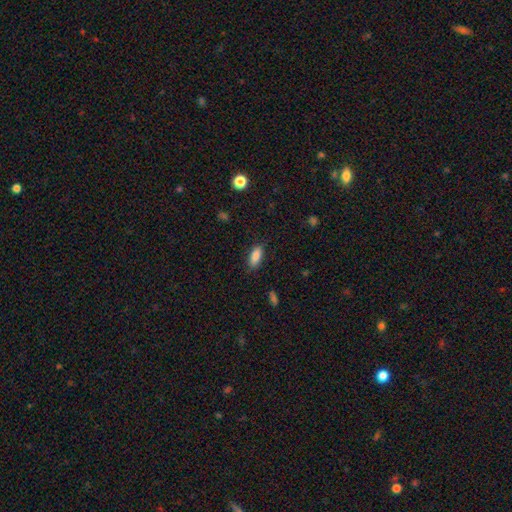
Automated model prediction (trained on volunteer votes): Smooth or featured? Predicted: smooth (p=0.86). How rounded? Predicted: in between (p=0.79). Merging? Predicted: none (p=0.85).